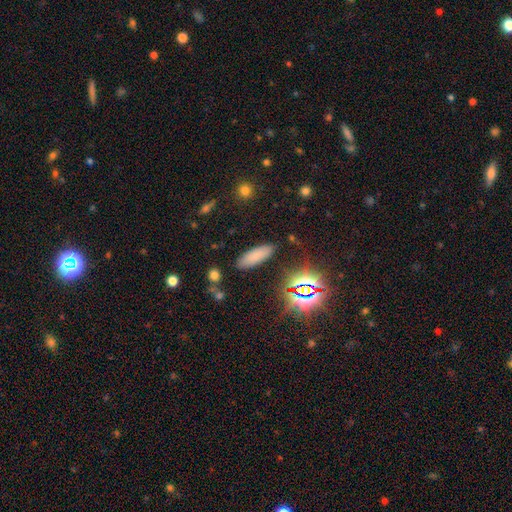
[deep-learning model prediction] This appears to be a smooth galaxy with no disk features (74%) that is in between round and cigar-shaped (60%). Merging: none (87%).